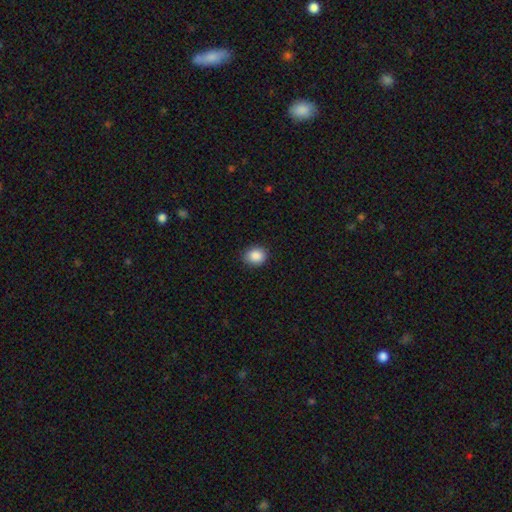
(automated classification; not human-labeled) Overall: smooth (89%). How rounded: round (59%; in between 40%). Merging: none (89%).